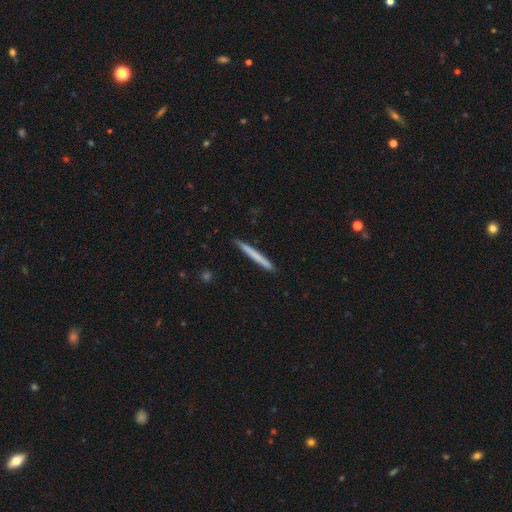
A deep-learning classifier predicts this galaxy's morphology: Smooth or featured: smooth — 65% (featured or disk — 30%)
How rounded: cigar-shaped — 97% (in between — 1%)
Merging: none — 91% (minor disturbance — 7%)